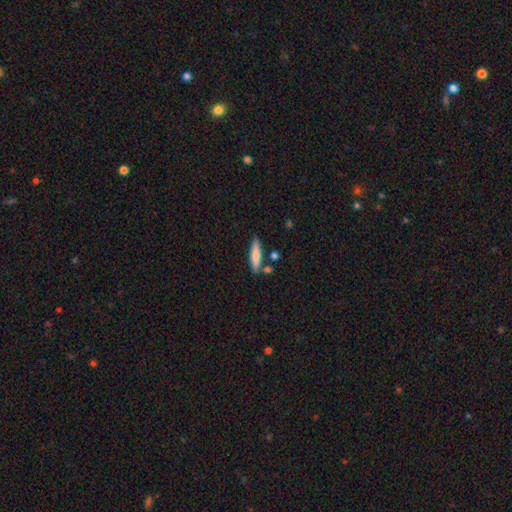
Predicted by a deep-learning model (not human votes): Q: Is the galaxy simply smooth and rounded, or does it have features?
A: smooth — 74%.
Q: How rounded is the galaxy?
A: cigar-shaped — 77%.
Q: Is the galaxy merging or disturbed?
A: none — 77%.